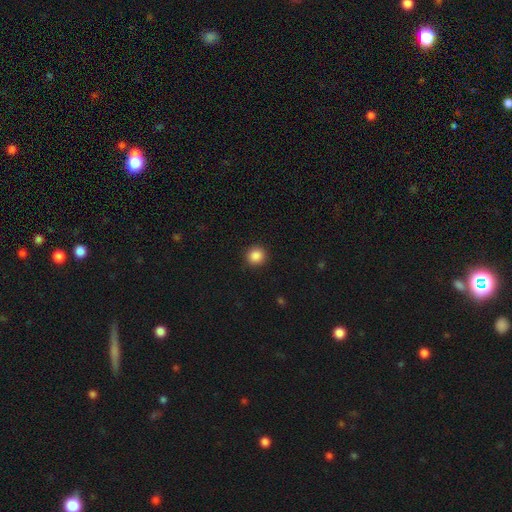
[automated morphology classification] The model was most divided on "smooth or featured": smooth: 88%, star or artifact: 10%, featured or disk: 3%. More confident: how rounded — round (94%); merging — none (92%).